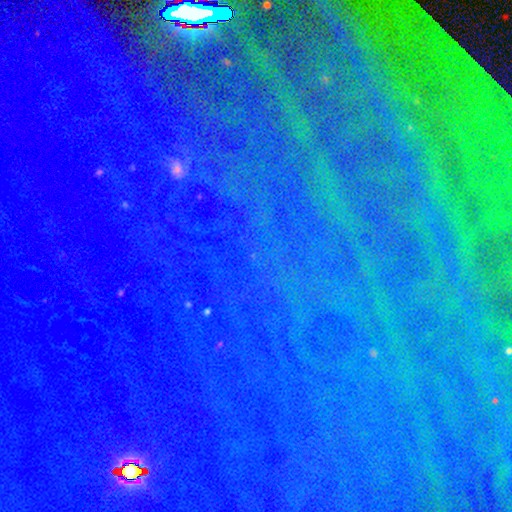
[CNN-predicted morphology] star or artifact 86%, smooth 7%, featured or disk 7%.